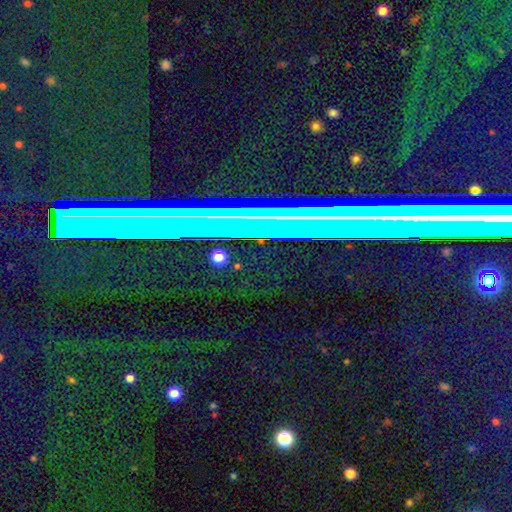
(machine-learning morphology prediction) A star or artifact, not a galaxy (77%).

Vote fractions:
- Smooth or featured? star or artifact: 77% / featured or disk: 13% / smooth: 10%